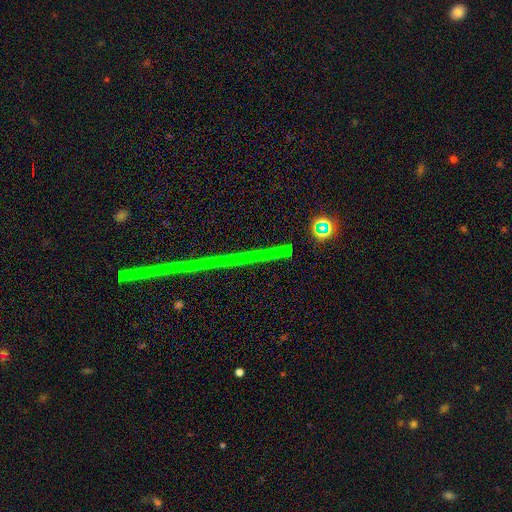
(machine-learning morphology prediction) A star or artifact, not a galaxy (80%).